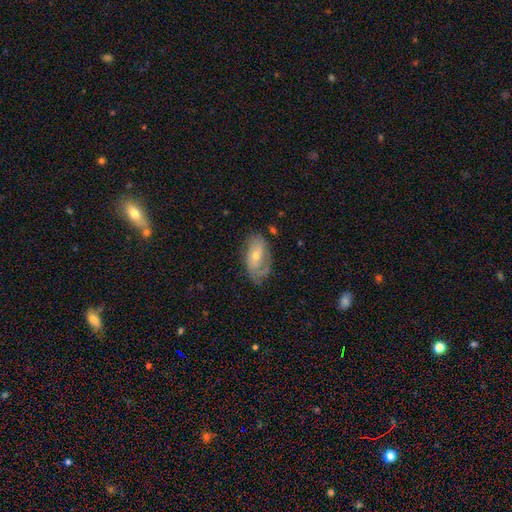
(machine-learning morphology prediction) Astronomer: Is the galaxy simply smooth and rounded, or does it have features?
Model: featured or disk — 64%.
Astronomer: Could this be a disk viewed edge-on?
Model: no — 93%.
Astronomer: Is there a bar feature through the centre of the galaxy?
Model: no — 66%.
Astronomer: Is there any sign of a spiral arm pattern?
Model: yes — 81%.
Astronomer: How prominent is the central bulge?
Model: small — 49% (runner-up: moderate, 46%).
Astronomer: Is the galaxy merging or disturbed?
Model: none — 61%.